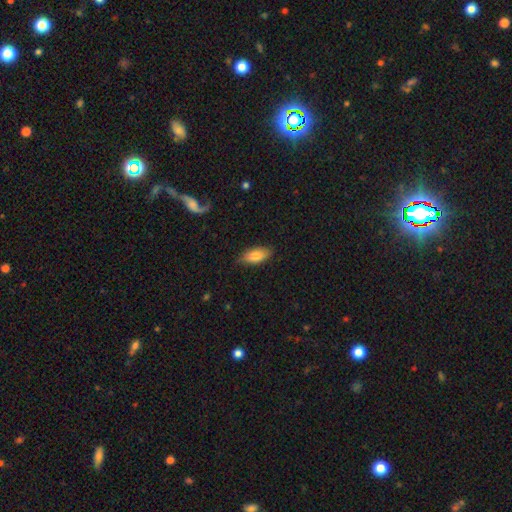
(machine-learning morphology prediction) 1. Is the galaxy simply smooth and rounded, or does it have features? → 81% smooth, 13% featured or disk, 6% star or artifact.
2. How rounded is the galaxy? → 87% in between, 10% cigar-shaped, 3% round.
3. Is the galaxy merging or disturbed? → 77% none, 18% minor disturbance, 3% major disturbance, 1% merger.